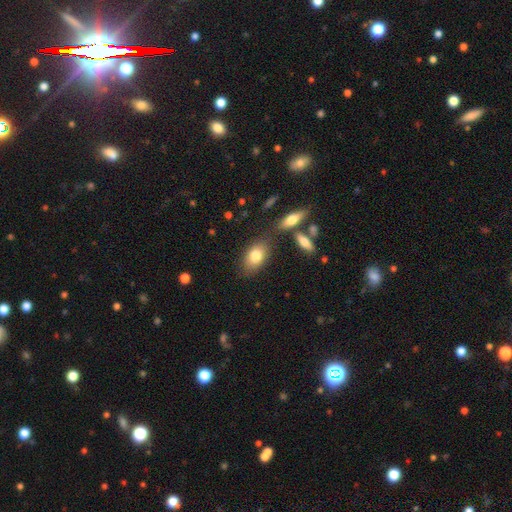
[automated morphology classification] A smooth galaxy with no disk features (80%) that is in between round and cigar-shaped (85%).

Vote fractions:
- Smooth or featured? smooth: 80% / featured or disk: 13% / star or artifact: 8%
- How rounded? in between: 85% / round: 12% / cigar-shaped: 3%
- Merging? none: 74% / minor disturbance: 14% / merger: 8% / major disturbance: 4%